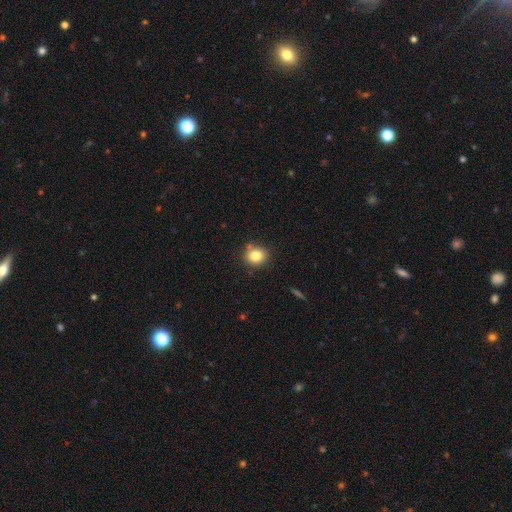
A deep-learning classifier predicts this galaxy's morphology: This is clearly a smooth galaxy (81%). How rounded: likely round (72%). Merging: likely none (76%).